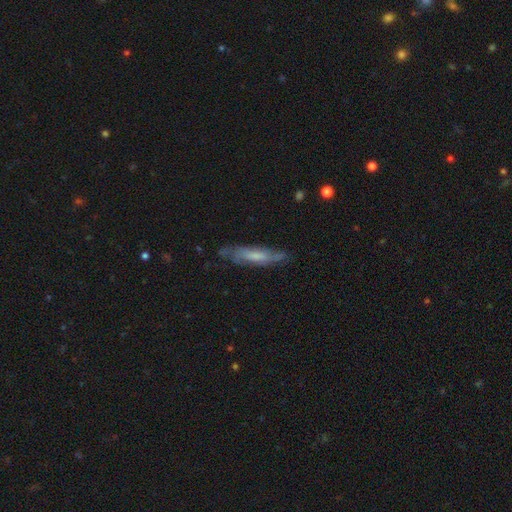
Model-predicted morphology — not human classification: smooth-or-featured: featured or disk: 54% | smooth: 39% | star or artifact: 7%
  disk-edge-on: no: 52% | yes: 48%
  merging: none: 65% | minor disturbance: 24% | major disturbance: 8% | merger: 2%